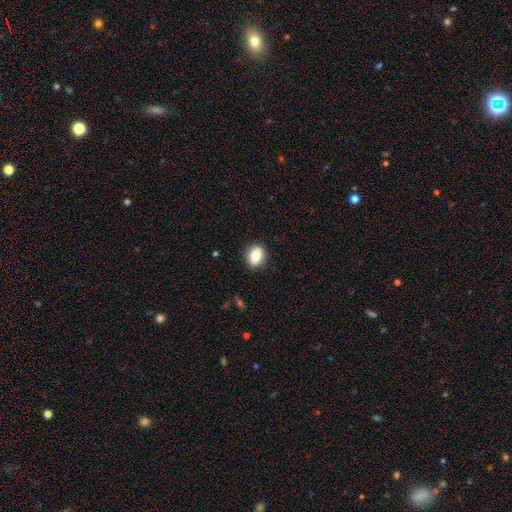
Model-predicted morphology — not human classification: Q: Smooth or featured?
A: smooth (81%); runner-up: featured or disk (10%)
Q: How rounded?
A: round (51%); runner-up: in between (48%)
Q: Merging?
A: none (89%); runner-up: minor disturbance (8%)